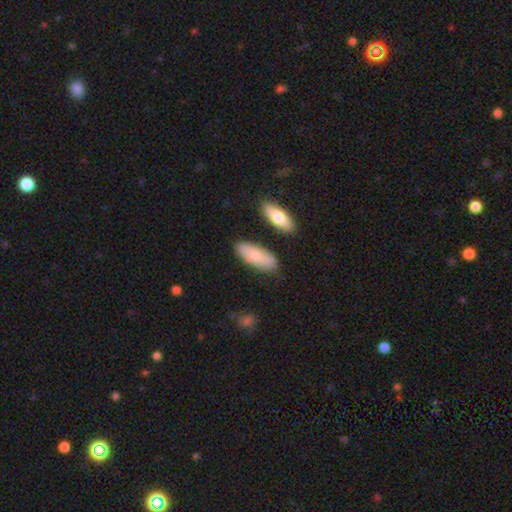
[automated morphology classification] Q: Smooth or featured?
A: smooth (78%); runner-up: featured or disk (16%)
Q: How rounded?
A: in between (78%); runner-up: cigar-shaped (20%)
Q: Merging?
A: none (77%); runner-up: minor disturbance (15%)